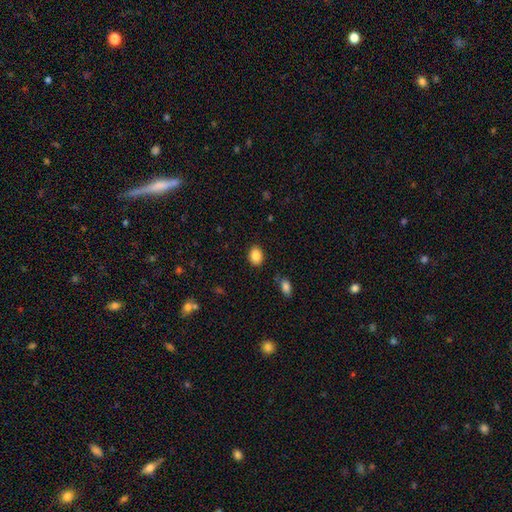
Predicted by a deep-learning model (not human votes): Overall: smooth (88%). How rounded: in between (65%; round 34%). Merging: none (87%).